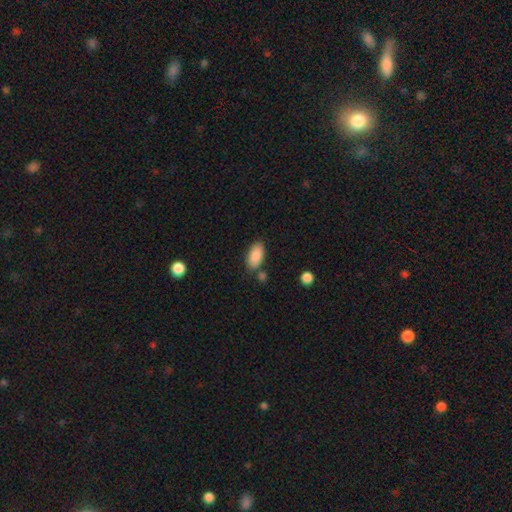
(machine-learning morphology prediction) Smooth or featured? Predicted: smooth (p=0.88). How rounded? Predicted: in between (p=0.93). Merging? Predicted: none (p=0.75).